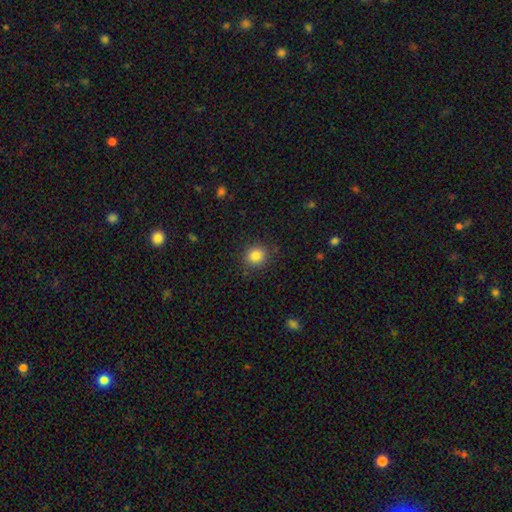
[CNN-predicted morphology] This is clearly a smooth galaxy (83%). How rounded: clearly round (85%). Merging: clearly none (88%).